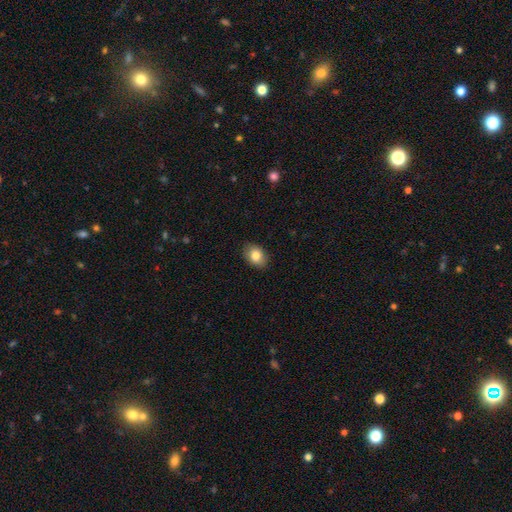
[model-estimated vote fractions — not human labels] Smooth or featured? Predicted: smooth (p=0.84). How rounded? Predicted: in between (p=0.74). Merging? Predicted: none (p=0.87).